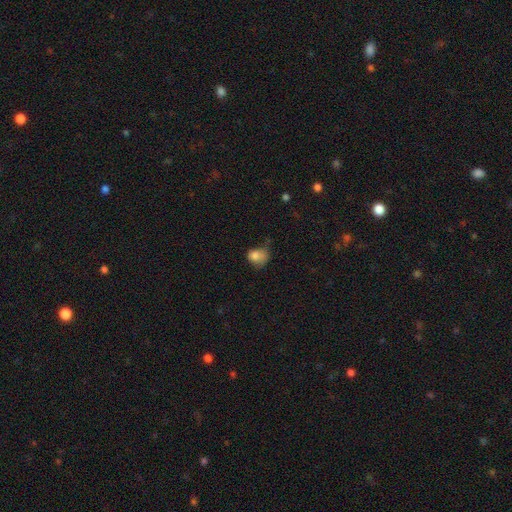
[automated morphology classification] A smooth galaxy with no disk features (77%) that is round (50%). Merging: minor disturbance (36%).